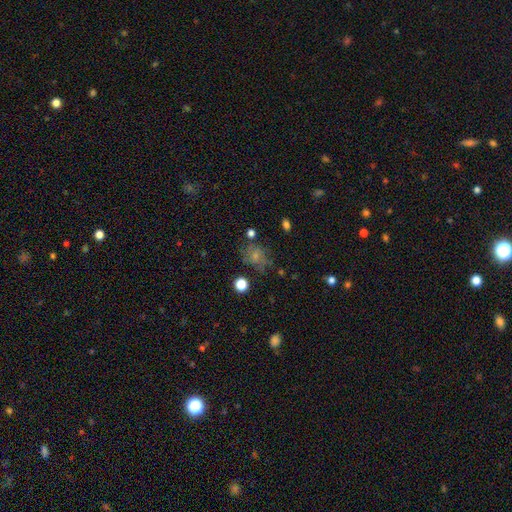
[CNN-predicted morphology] Smooth or featured?
  - smooth: 57% *
  - featured or disk: 28%
  - star or artifact: 15%
How rounded?
  - round: 59% *
  - in between: 40%
  - cigar-shaped: 1%
Merging?
  - none: 55% *
  - minor disturbance: 24%
  - major disturbance: 15%
  - merger: 6%